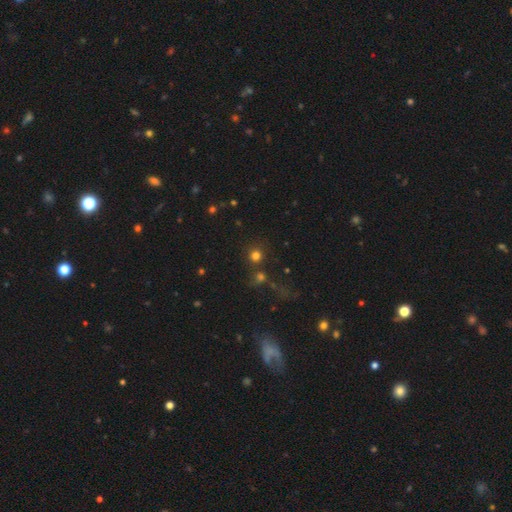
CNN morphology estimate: The model was most divided on "smooth or featured": smooth: 73%, star or artifact: 21%, featured or disk: 6%. More confident: how rounded — round (92%); merging — none (72%).